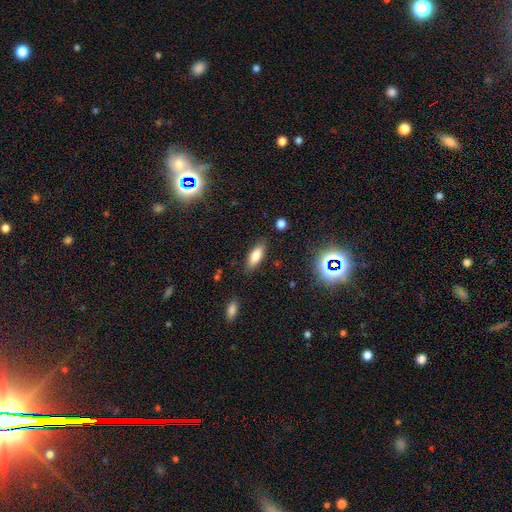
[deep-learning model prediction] Smooth or featured? smooth (80%)
How rounded? in between (69%)
Merging? none (83%)